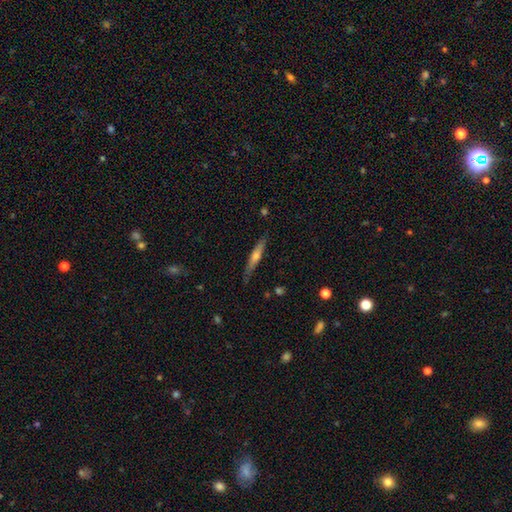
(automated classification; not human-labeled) smooth_or_featured: featured or disk (p=0.48) [alt: smooth p=0.45]
merging: none (p=0.82) [alt: minor disturbance p=0.14]